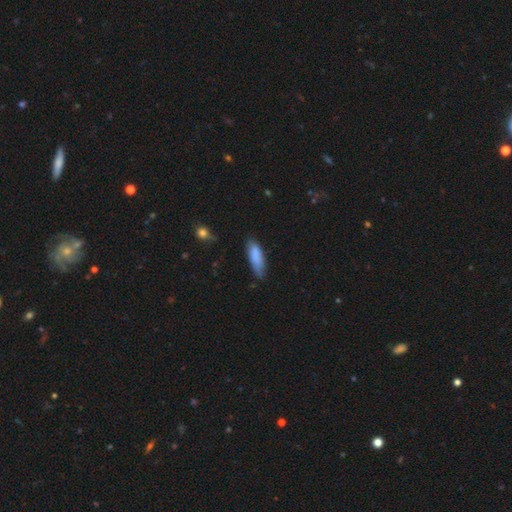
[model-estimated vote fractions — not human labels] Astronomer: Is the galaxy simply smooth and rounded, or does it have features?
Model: smooth — 85%.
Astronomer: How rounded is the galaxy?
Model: in between — 51% (runner-up: cigar-shaped, 48%).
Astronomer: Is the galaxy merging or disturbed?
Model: none — 67%.